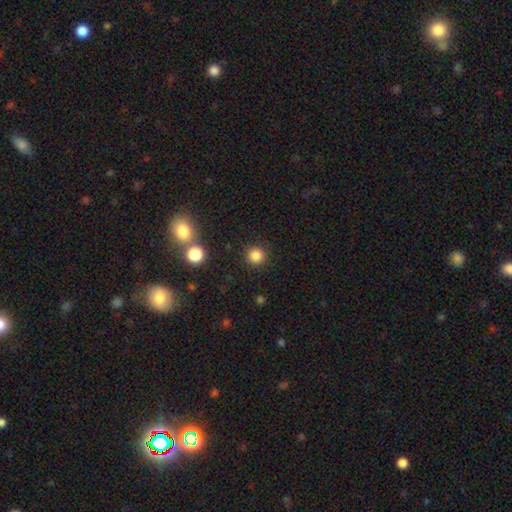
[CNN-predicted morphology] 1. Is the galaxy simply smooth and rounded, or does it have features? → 84% smooth, 12% star or artifact, 4% featured or disk.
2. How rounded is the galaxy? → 94% round, 5% in between, 1% cigar-shaped.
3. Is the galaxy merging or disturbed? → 91% none, 5% minor disturbance, 2% major disturbance, 2% merger.